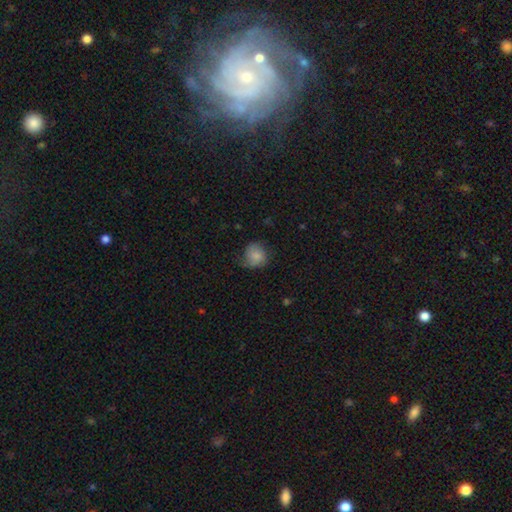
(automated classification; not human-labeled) A smooth galaxy with no disk features (71%) that is round (77%).

Vote fractions:
- Smooth or featured? smooth: 71% / featured or disk: 21% / star or artifact: 8%
- How rounded? round: 77% / in between: 22% / cigar-shaped: 1%
- Merging? none: 52% / minor disturbance: 32% / major disturbance: 15% / merger: 1%